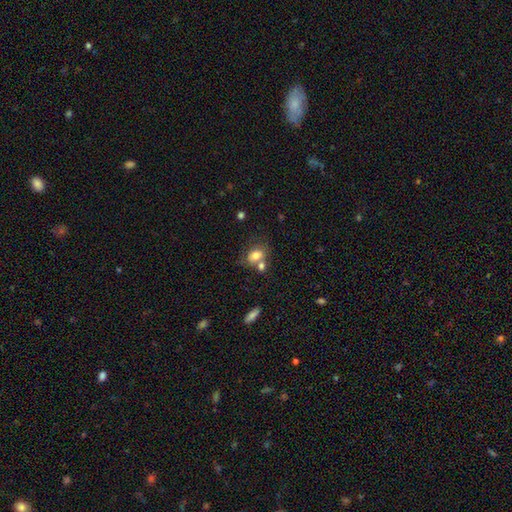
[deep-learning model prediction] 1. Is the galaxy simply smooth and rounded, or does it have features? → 74% smooth, 17% featured or disk, 9% star or artifact.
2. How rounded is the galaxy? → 71% in between, 27% round, 2% cigar-shaped.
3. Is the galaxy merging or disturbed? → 40% none, 38% merger, 15% minor disturbance, 7% major disturbance.